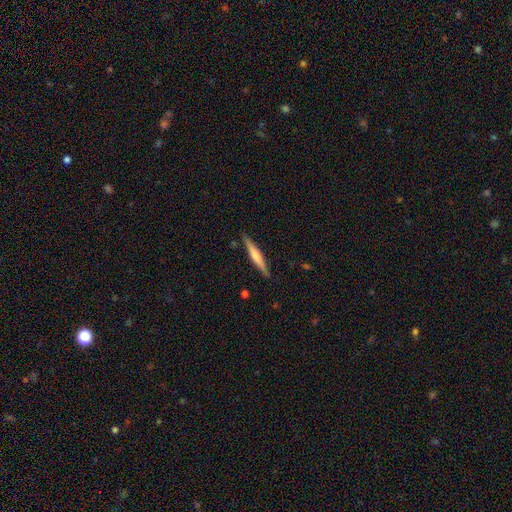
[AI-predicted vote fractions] smooth 48%, featured or disk 47%, star or artifact 5%. Down the decision tree: merging — none (89%).